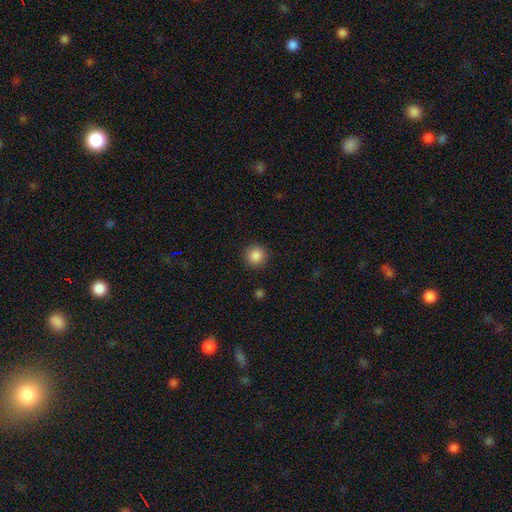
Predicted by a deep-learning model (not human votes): Morphology: type=smooth (87%); roundness=round (95%); merging=none (91%).